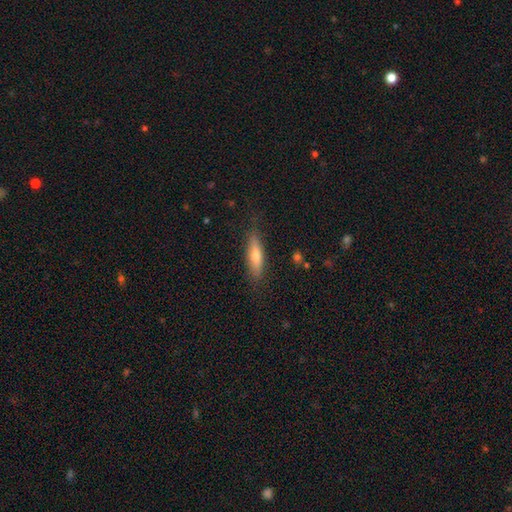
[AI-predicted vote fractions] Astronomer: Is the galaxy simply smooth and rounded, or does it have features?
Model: smooth — 59% (runner-up: featured or disk, 35%).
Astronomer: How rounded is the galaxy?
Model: cigar-shaped — 74%.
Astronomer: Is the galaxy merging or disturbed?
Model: none — 83%.